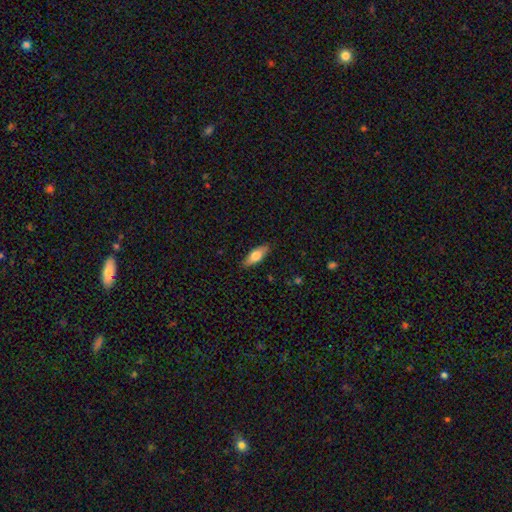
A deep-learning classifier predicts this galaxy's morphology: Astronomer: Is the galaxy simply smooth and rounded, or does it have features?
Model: smooth — 69%.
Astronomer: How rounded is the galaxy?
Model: in between — 68%.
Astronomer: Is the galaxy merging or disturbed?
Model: none — 86%.